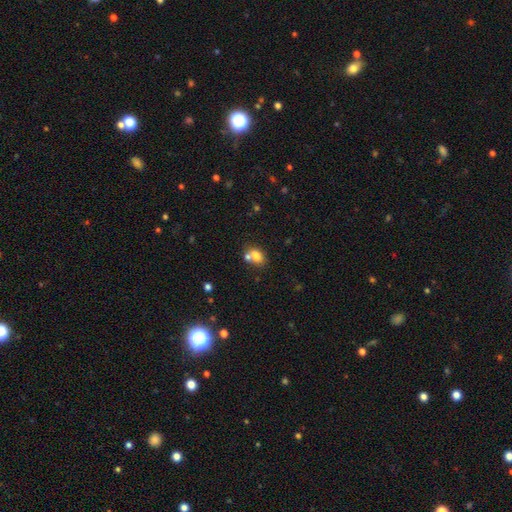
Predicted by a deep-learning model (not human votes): Smooth or featured?
  - smooth: 77% *
  - featured or disk: 12%
  - star or artifact: 11%
How rounded?
  - in between: 73% *
  - round: 26%
  - cigar-shaped: 1%
Merging?
  - none: 47% *
  - merger: 37%
  - minor disturbance: 11%
  - major disturbance: 4%